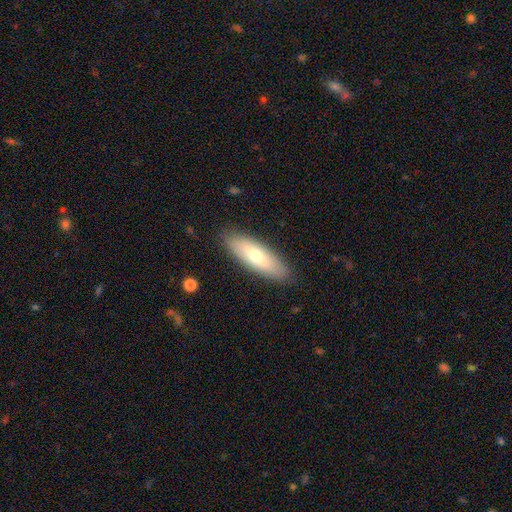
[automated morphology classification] This is likely a smooth galaxy (64%). How rounded: possibly in between (54%). Merging: clearly none (88%).